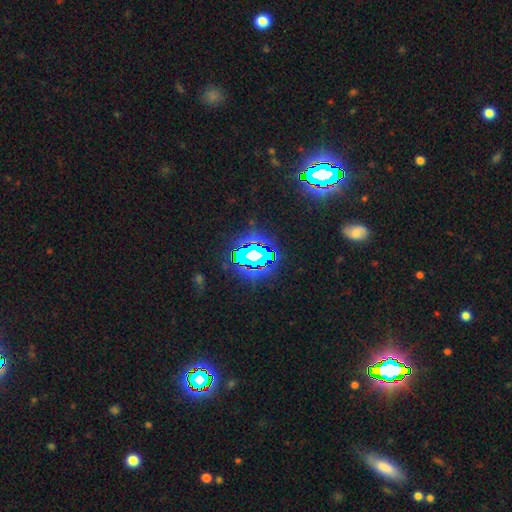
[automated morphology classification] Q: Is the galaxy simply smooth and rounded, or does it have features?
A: star or artifact — 75%.